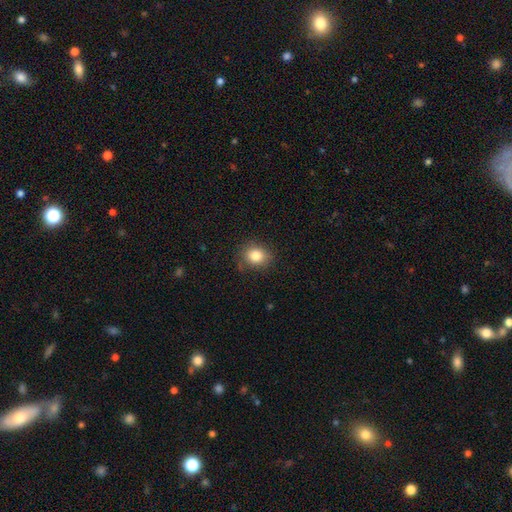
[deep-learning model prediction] Overall: smooth (83%). How rounded: round (62%; in between 37%). Merging: none (82%).